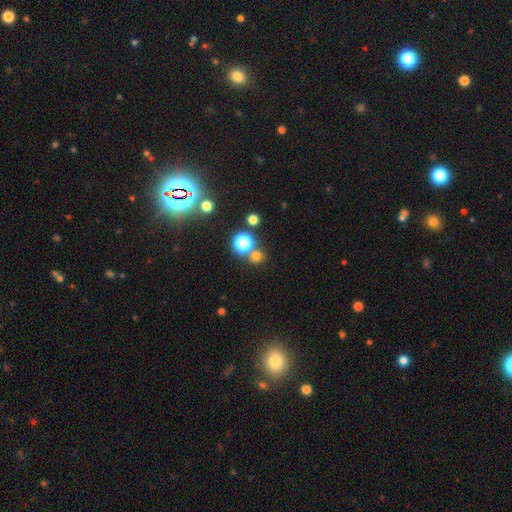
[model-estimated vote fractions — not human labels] A smooth galaxy with no disk features (66%) that is round (88%). Merging: none (68%).